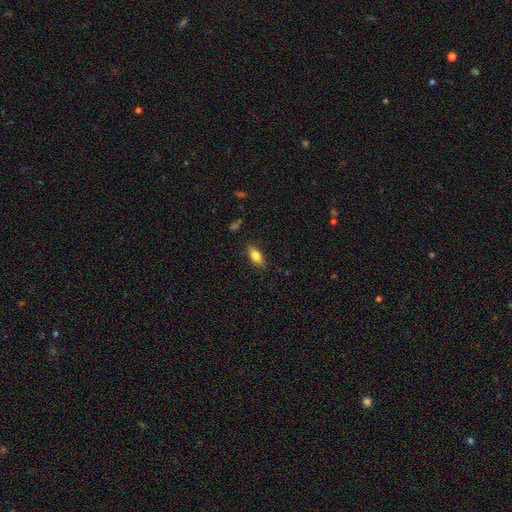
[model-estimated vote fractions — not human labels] Smooth or featured?
  - smooth: 80% *
  - featured or disk: 12%
  - star or artifact: 8%
How rounded?
  - in between: 85% *
  - cigar-shaped: 10%
  - round: 5%
Merging?
  - none: 84% *
  - minor disturbance: 12%
  - major disturbance: 3%
  - merger: 1%